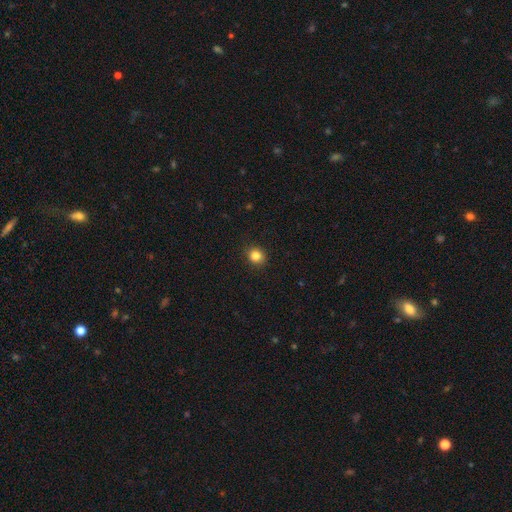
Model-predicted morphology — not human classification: smooth_or_featured: smooth (p=0.84) [alt: star or artifact p=0.11]
how_rounded: round (p=0.83) [alt: in between p=0.16]
merging: none (p=0.91) [alt: minor disturbance p=0.06]